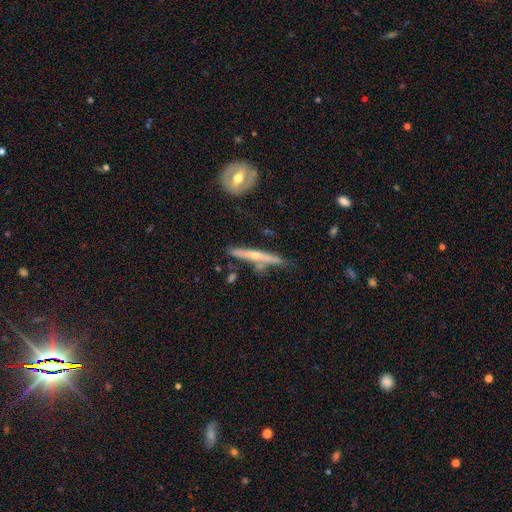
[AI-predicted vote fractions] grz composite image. It shows a featured or disk galaxy (68%) viewed edge-on (94%) with a rounded central bulge (76%). Merging: none (72%).